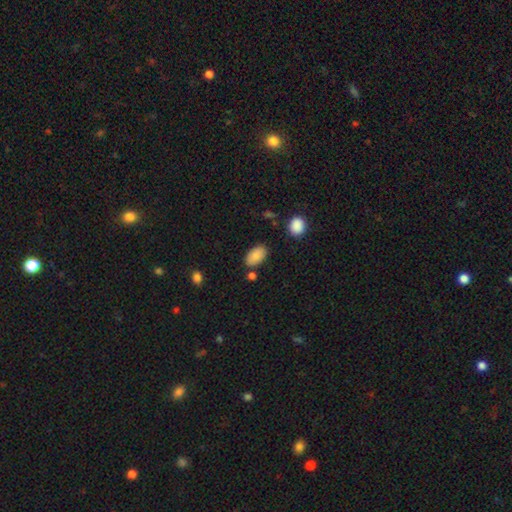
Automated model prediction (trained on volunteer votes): Q: Smooth or featured?
A: smooth (87%); runner-up: star or artifact (7%)
Q: How rounded?
A: in between (93%); runner-up: round (5%)
Q: Merging?
A: none (79%); runner-up: minor disturbance (13%)